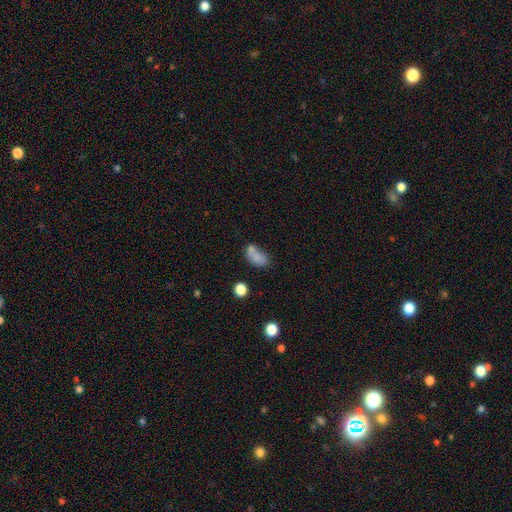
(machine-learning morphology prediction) Q: Smooth or featured?
A: smooth (75%); runner-up: featured or disk (13%)
Q: How rounded?
A: in between (86%); runner-up: round (11%)
Q: Merging?
A: none (41%); runner-up: merger (32%)